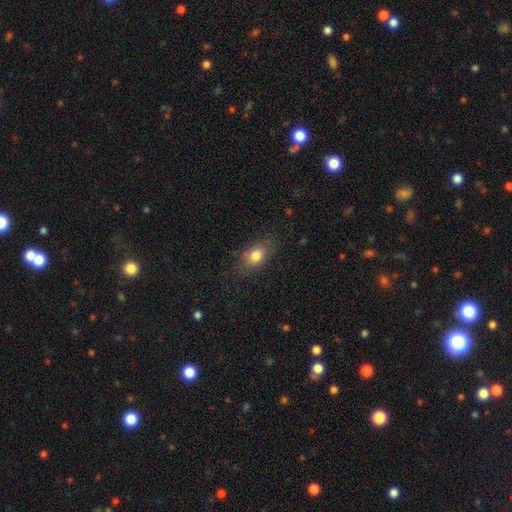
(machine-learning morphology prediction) A smooth galaxy with no disk features (80%) that is in between round and cigar-shaped (82%).

Vote fractions:
- Smooth or featured? smooth: 80% / featured or disk: 12% / star or artifact: 9%
- How rounded? in between: 82% / round: 15% / cigar-shaped: 4%
- Merging? none: 76% / minor disturbance: 17% / major disturbance: 6% / merger: 1%